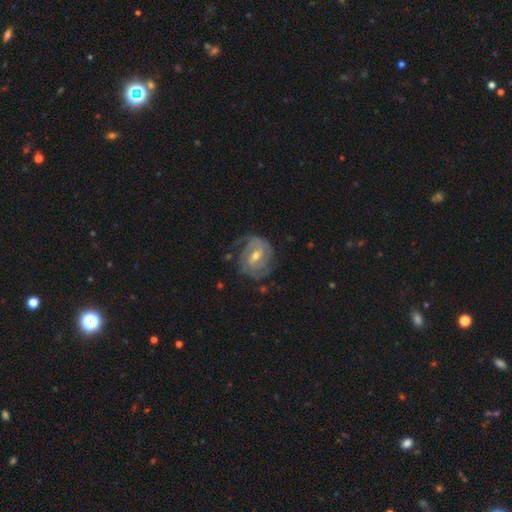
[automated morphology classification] This is clearly a featured or disk galaxy (84%). It is clearly not viewed edge-on (97%). Bar: possibly weak (51%). Spiral arm pattern: clearly yes (93%). Spiral arm count: possibly 2 (48%). Spiral winding: possibly tight (58%). Central bulge: possibly moderate (57%). Merging: likely none (69%).